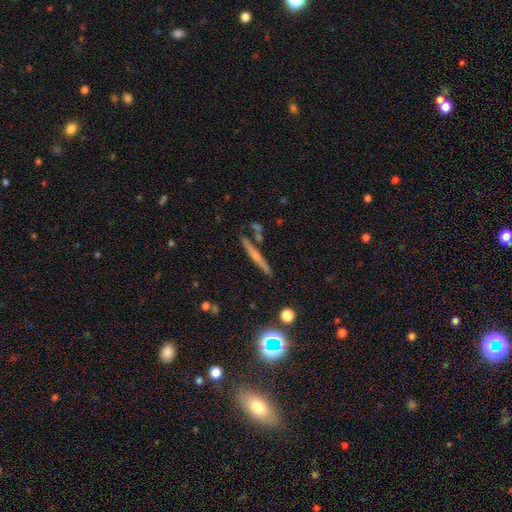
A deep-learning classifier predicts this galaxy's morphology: Smooth or featured? Predicted: featured or disk (p=0.53). Edge-on disk? Predicted: yes (p=0.96). Edge-on bulge? Predicted: rounded (p=0.53). Merging? Predicted: none (p=0.84).